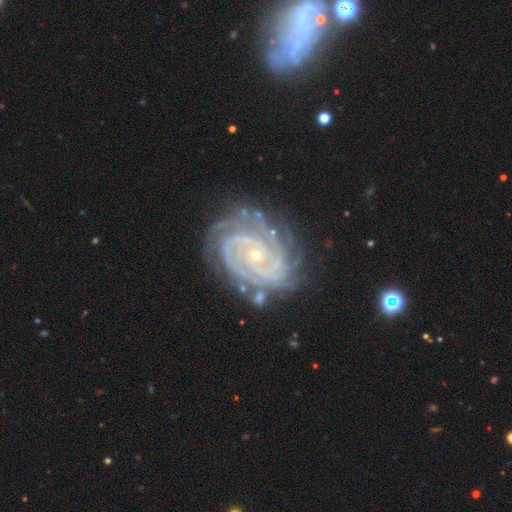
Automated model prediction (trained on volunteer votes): smooth_or_featured: featured or disk (p=0.92) [alt: star or artifact p=0.05]
disk_edge_on: no (p=0.98) [alt: yes p=0.02]
bar: no (p=0.67) [alt: weak p=0.22]
has_spiral_arms: yes (p=0.99) [alt: no p=0.01]
spiral_winding: tight (p=0.81) [alt: medium p=0.16]
spiral_arm_count: 3 (p=0.24) [alt: 2 p=0.23]
bulge_size: small (p=0.80) [alt: moderate p=0.17]
merging: none (p=0.74) [alt: minor disturbance p=0.17]